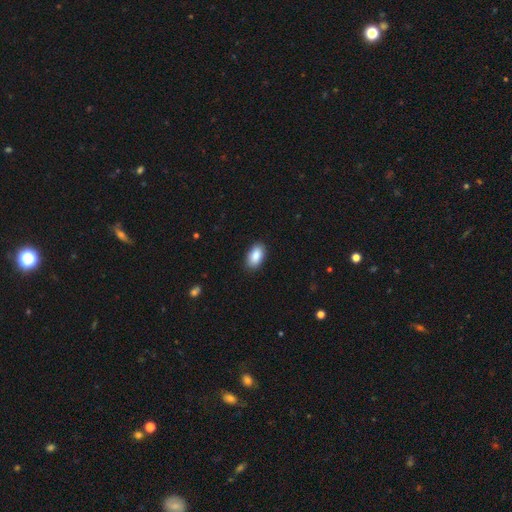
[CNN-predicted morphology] Smooth or featured: smooth — 88% (star or artifact — 7%)
How rounded: in between — 94% (round — 4%)
Merging: none — 89% (minor disturbance — 8%)